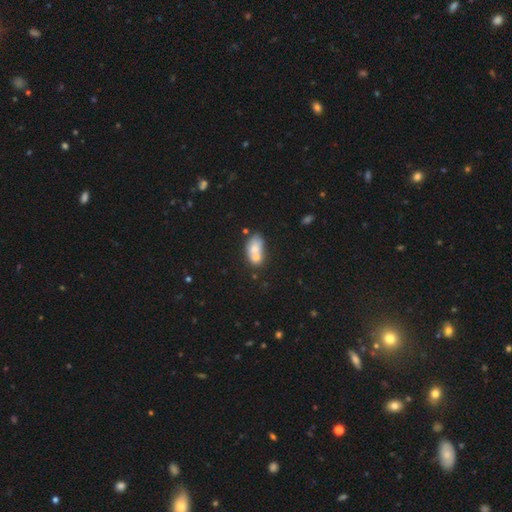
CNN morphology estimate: Smooth or featured?
  - smooth: 67% *
  - featured or disk: 22%
  - star or artifact: 11%
How rounded?
  - in between: 77% *
  - round: 18%
  - cigar-shaped: 4%
Merging?
  - merger: 53% *
  - none: 30%
  - minor disturbance: 12%
  - major disturbance: 6%